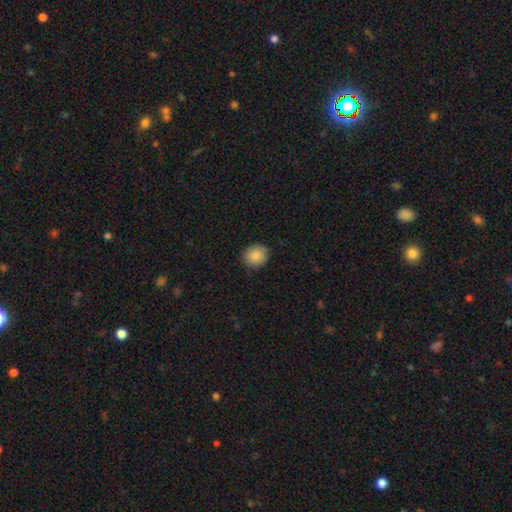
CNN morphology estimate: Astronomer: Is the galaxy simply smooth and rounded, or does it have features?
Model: smooth — 86%.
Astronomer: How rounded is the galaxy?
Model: round — 78%.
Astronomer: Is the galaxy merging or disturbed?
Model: none — 89%.